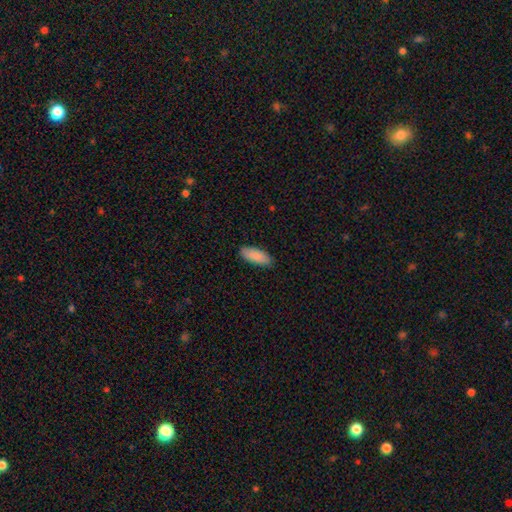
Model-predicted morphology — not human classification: A smooth galaxy with no disk features (90%) that is in between round and cigar-shaped (76%). Merging: none (88%).